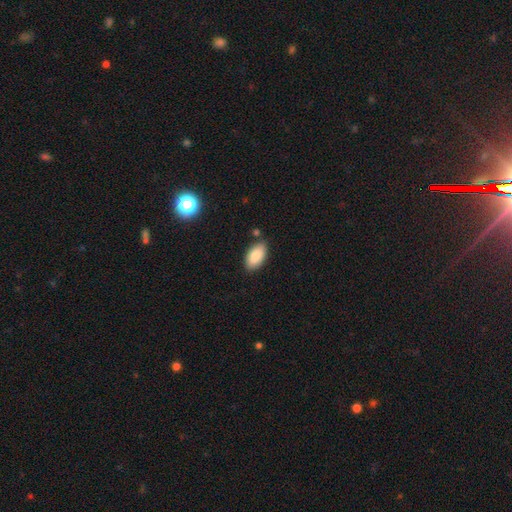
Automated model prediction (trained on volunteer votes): Q: Smooth or featured?
A: smooth (87%); runner-up: star or artifact (7%)
Q: How rounded?
A: in between (95%); runner-up: round (3%)
Q: Merging?
A: none (82%); runner-up: minor disturbance (12%)